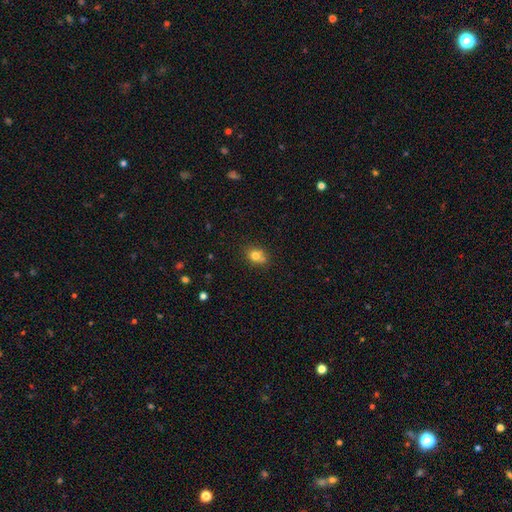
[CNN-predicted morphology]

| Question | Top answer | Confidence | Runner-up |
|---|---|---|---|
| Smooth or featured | smooth | 76% | star or artifact (13%) |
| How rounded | round | 61% | in between (38%) |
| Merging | none | 58% | merger (22%) |